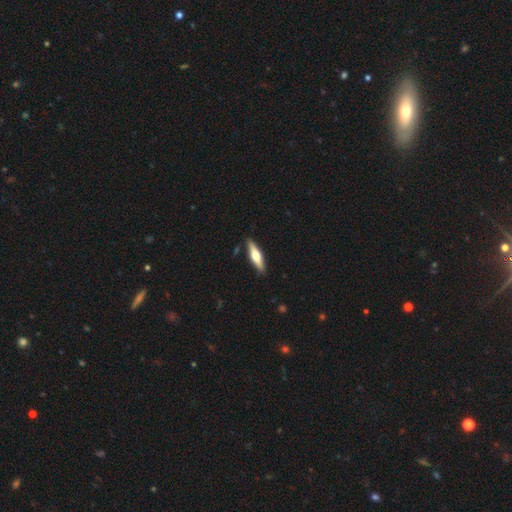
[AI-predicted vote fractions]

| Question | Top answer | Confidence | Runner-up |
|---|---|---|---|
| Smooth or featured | featured or disk | 52% | smooth (43%) |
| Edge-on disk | yes | 95% | no (5%) |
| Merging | none | 88% | minor disturbance (9%) |